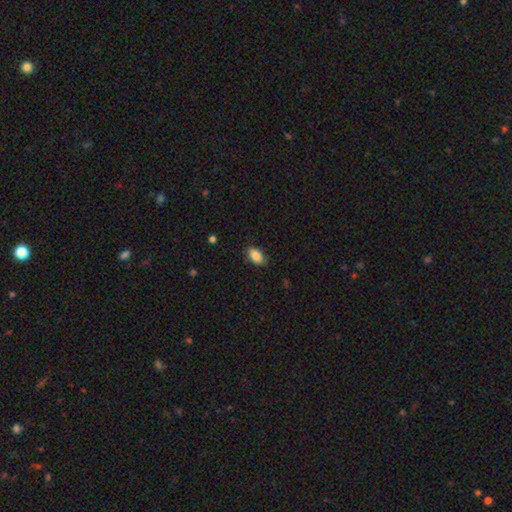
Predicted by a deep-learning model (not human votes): Smooth or featured? smooth (88%)
How rounded? in between (91%)
Merging? none (84%)